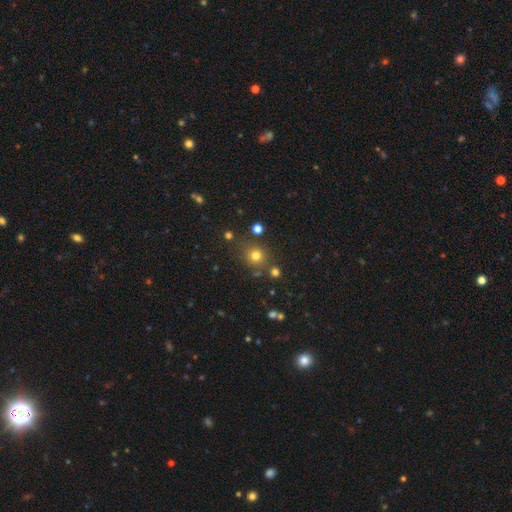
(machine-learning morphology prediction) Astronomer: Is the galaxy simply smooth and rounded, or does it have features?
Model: smooth — 74%.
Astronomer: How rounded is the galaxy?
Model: round — 88%.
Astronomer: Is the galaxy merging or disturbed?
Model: none — 79%.